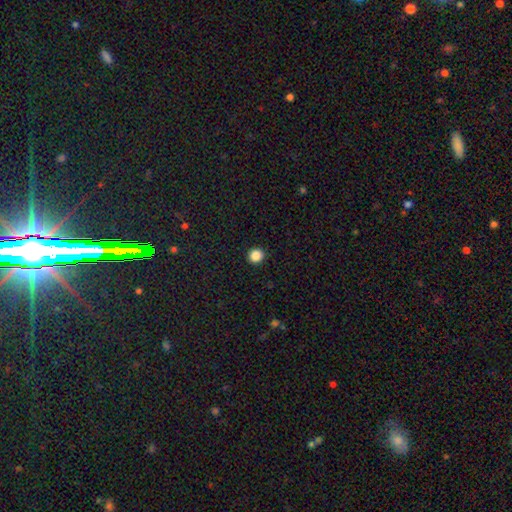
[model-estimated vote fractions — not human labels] Smooth or featured? smooth (87%)
How rounded? round (92%)
Merging? none (93%)